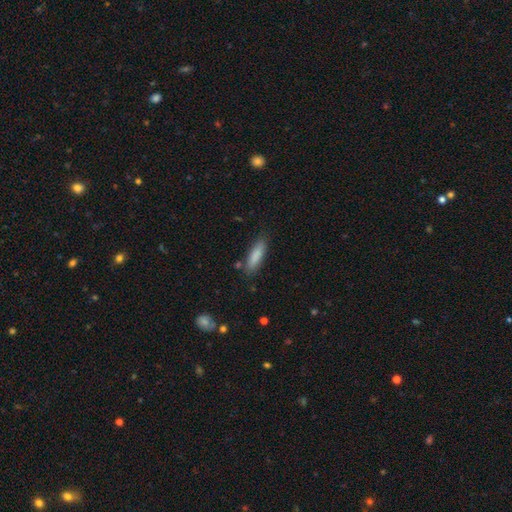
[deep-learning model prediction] smooth-or-featured: smooth: 86% | featured or disk: 8% | star or artifact: 6%
  how-rounded: cigar-shaped: 58% | in between: 40% | round: 2%
  merging: none: 81% | minor disturbance: 13% | major disturbance: 3% | merger: 3%